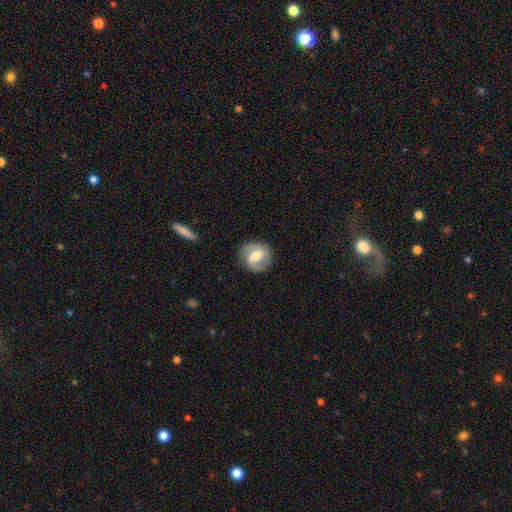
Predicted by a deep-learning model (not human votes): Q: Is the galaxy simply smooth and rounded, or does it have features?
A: featured or disk — 74%.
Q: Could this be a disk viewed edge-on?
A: no — 97%.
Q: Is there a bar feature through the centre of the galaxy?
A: weak — 50%.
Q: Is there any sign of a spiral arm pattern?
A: yes — 91%.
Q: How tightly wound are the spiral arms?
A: medium — 49%.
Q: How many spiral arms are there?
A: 2 — 89%.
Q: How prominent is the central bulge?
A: moderate — 62%.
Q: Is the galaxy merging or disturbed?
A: none — 85%.